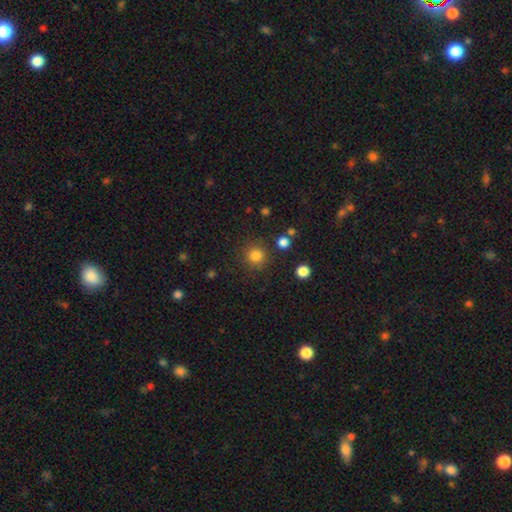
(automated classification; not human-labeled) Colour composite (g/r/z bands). It shows a smooth galaxy with no disk features (82%) that is round (93%). Merging: none (86%).